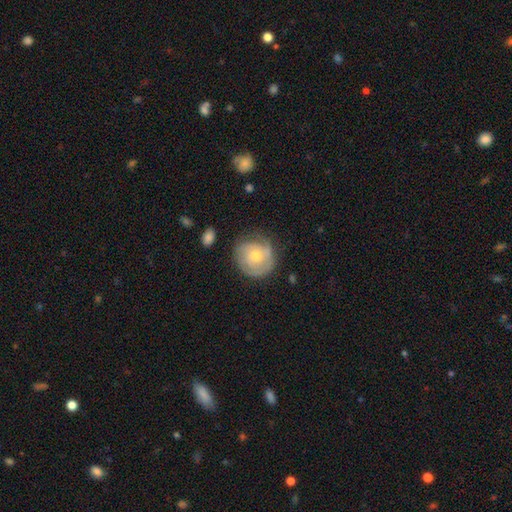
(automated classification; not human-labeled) A featured or disk galaxy (47%).

Vote fractions:
- Smooth or featured? featured or disk: 47% / smooth: 46% / star or artifact: 7%
- Merging? none: 65% / minor disturbance: 24% / major disturbance: 9% / merger: 2%